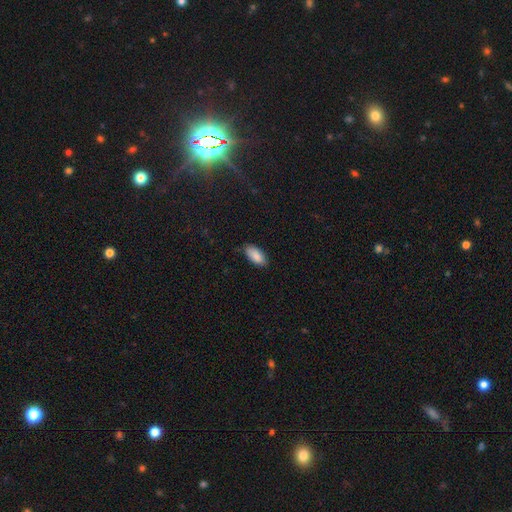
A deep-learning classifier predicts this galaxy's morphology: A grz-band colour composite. It shows a smooth galaxy with no disk features (89%) that is in between round and cigar-shaped (92%). Merging: none (79%).